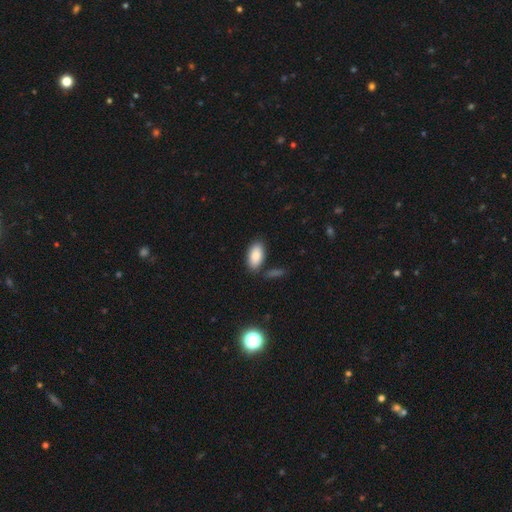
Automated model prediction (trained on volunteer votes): The model was most divided on "merging": none: 80%, minor disturbance: 11%, merger: 6%, major disturbance: 3%. More confident: how rounded — in between (93%); smooth or featured — smooth (88%).